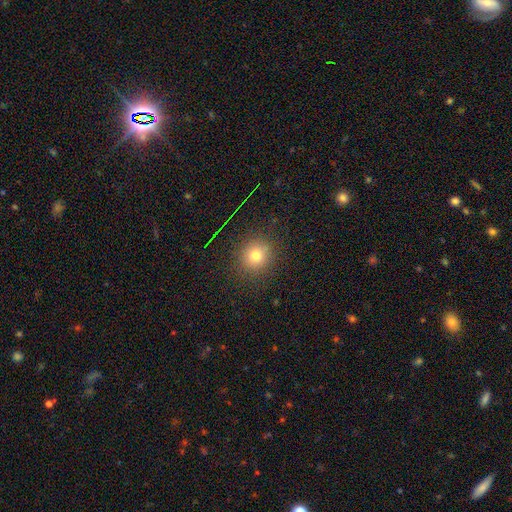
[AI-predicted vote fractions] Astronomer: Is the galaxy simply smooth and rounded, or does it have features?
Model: smooth — 73%.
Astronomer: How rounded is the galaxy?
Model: round — 90%.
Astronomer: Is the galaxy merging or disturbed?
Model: none — 88%.